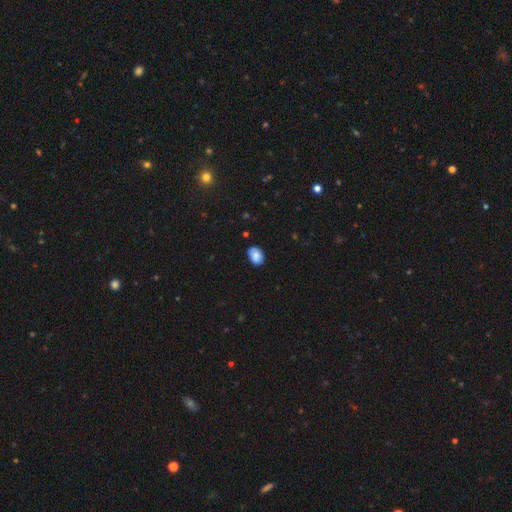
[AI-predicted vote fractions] smooth-or-featured: smooth: 84% | featured or disk: 8% | star or artifact: 8%
  how-rounded: in between: 79% | round: 20% | cigar-shaped: 1%
  merging: none: 78% | minor disturbance: 18% | major disturbance: 3% | merger: 1%